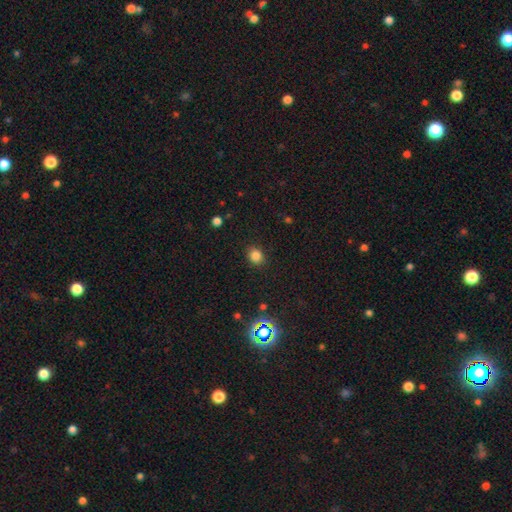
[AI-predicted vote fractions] Q: Smooth or featured?
A: smooth (81%); runner-up: star or artifact (15%)
Q: How rounded?
A: round (66%); runner-up: in between (33%)
Q: Merging?
A: none (88%); runner-up: minor disturbance (8%)